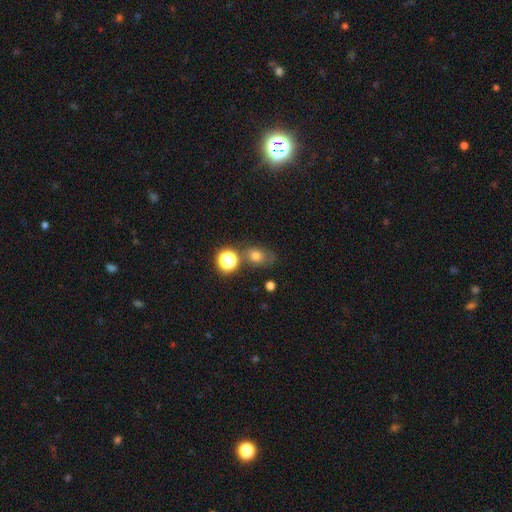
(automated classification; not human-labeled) Smooth or featured? Predicted: smooth (p=0.71). How rounded? Predicted: in between (p=0.56). Merging? Predicted: none (p=0.55).